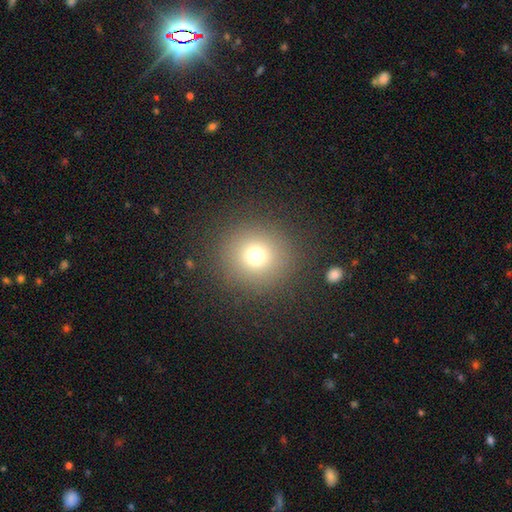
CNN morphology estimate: Smooth or featured? smooth (72%)
How rounded? round (94%)
Merging? none (88%)